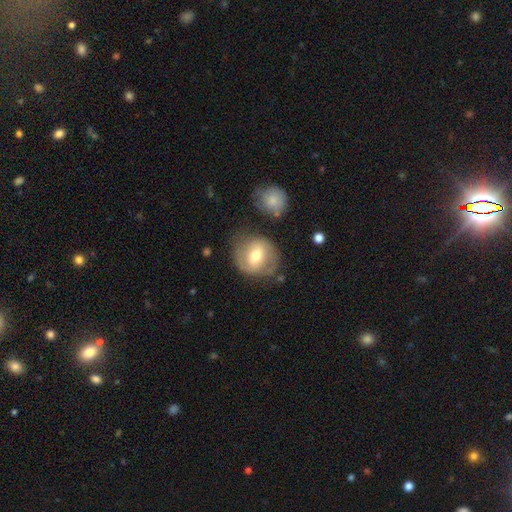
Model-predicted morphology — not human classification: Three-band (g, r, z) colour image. It shows a smooth galaxy with no disk features (53%) that is round (77%). Merging: none (68%).